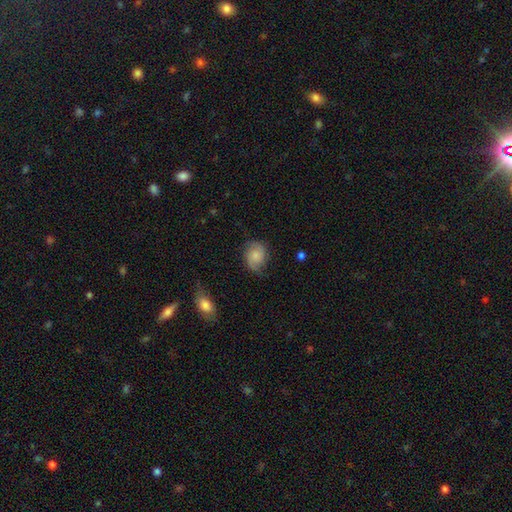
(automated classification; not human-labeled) Smooth or featured?
  - featured or disk: 49% *
  - smooth: 43%
  - star or artifact: 9%
Merging?
  - none: 69% *
  - minor disturbance: 22%
  - major disturbance: 8%
  - merger: 2%